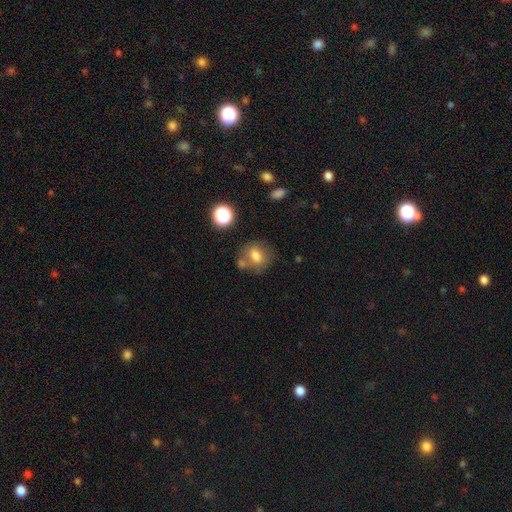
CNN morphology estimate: smooth_or_featured: smooth (p=0.72) [alt: featured or disk p=0.15]
how_rounded: round (p=0.59) [alt: in between p=0.39]
merging: none (p=0.59) [alt: merger p=0.18]